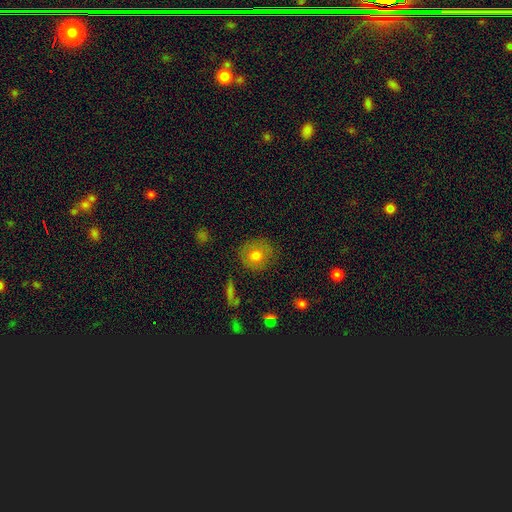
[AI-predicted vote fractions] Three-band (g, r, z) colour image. It shows a smooth galaxy with no disk features (73%) that is round (90%). Merging: none (84%).